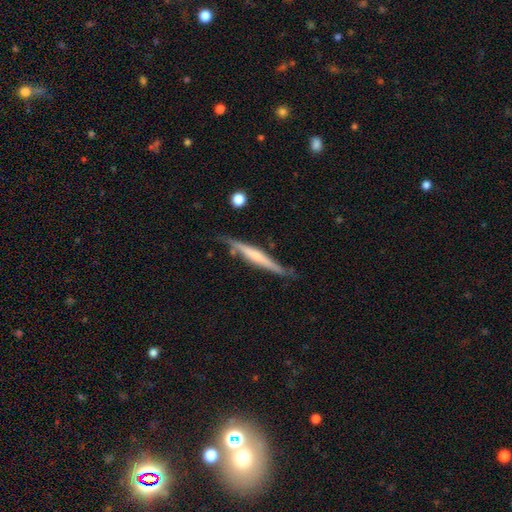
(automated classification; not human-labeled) Morphology: type=featured or disk (58%); edge-on=yes (95%); edge-on bulge=none (50%); merging=none (74%).